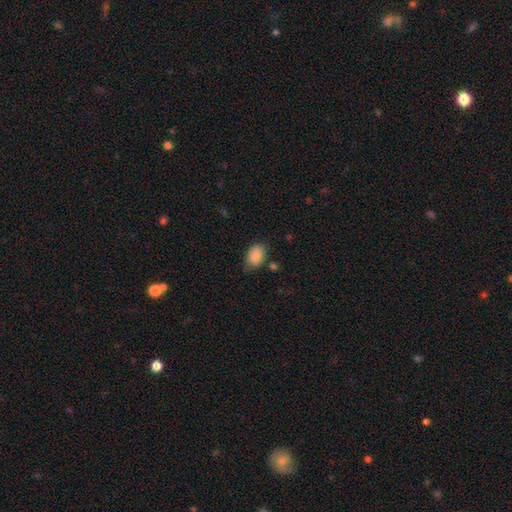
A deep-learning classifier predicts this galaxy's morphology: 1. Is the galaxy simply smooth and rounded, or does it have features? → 86% smooth, 7% star or artifact, 6% featured or disk.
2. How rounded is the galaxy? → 83% in between, 16% round, 1% cigar-shaped.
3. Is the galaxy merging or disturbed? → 71% none, 21% minor disturbance, 4% major disturbance, 3% merger.